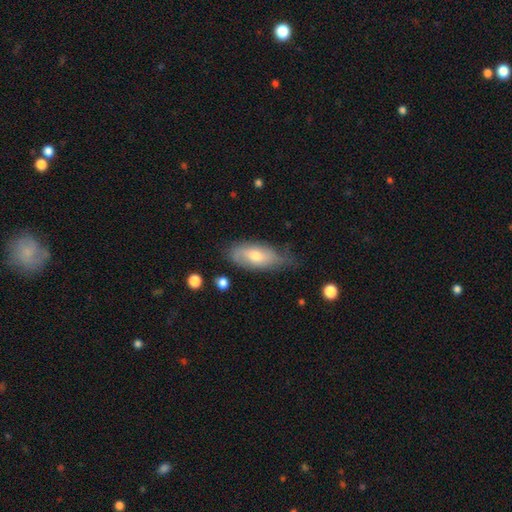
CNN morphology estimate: Smooth or featured? Predicted: smooth (p=0.56). How rounded? Predicted: in between (p=0.84). Merging? Predicted: none (p=0.53).